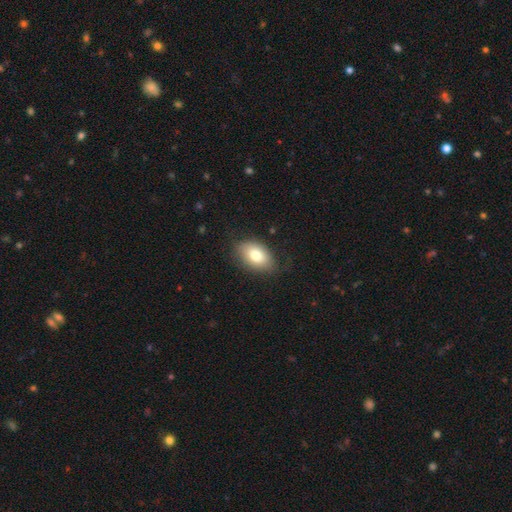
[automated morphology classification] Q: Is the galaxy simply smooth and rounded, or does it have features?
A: smooth — 78%.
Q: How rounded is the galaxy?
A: in between — 89%.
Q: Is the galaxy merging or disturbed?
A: none — 75%.